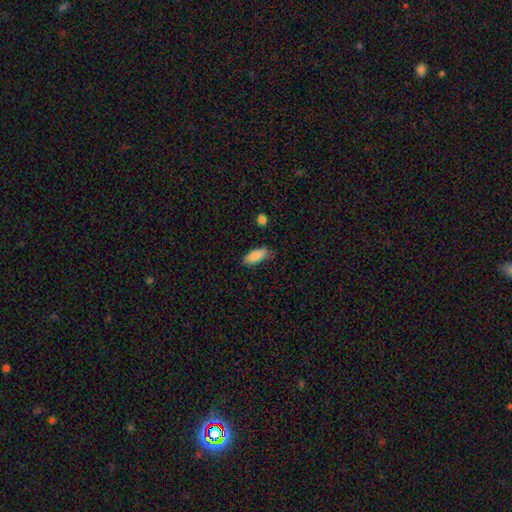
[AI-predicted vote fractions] A smooth galaxy with no disk features (88%) that is in between round and cigar-shaped (84%). Merging: none (77%).